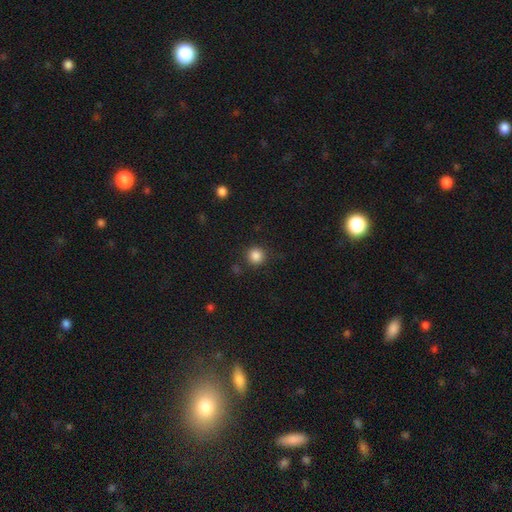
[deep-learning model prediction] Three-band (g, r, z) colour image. It shows a smooth galaxy with no disk features (85%) that is round (93%). Merging: none (86%).